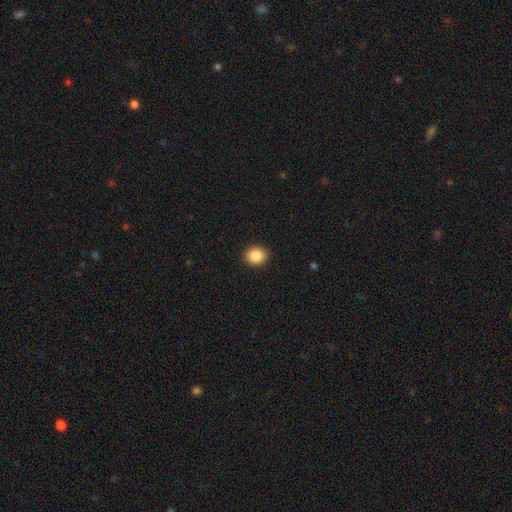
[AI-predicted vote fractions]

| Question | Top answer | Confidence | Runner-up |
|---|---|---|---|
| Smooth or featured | smooth | 87% | star or artifact (9%) |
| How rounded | round | 74% | in between (25%) |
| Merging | none | 92% | minor disturbance (5%) |